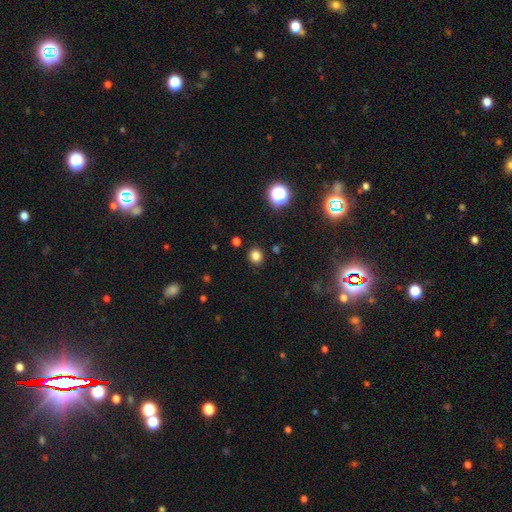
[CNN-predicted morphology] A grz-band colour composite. It shows a smooth galaxy with no disk features (80%) that is round (88%). Merging: none (89%).